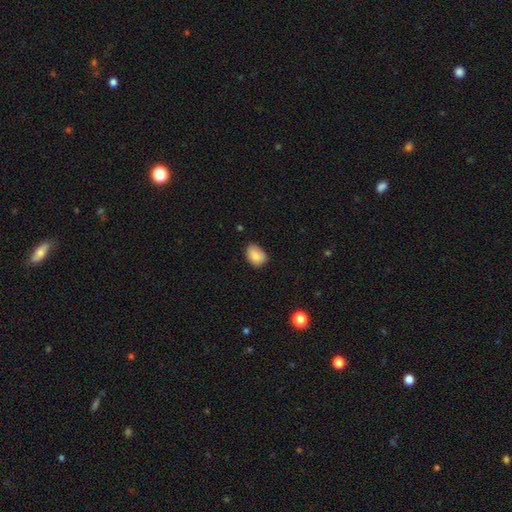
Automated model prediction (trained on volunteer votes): Smooth or featured? Predicted: smooth (p=0.85). How rounded? Predicted: in between (p=0.75). Merging? Predicted: none (p=0.69).